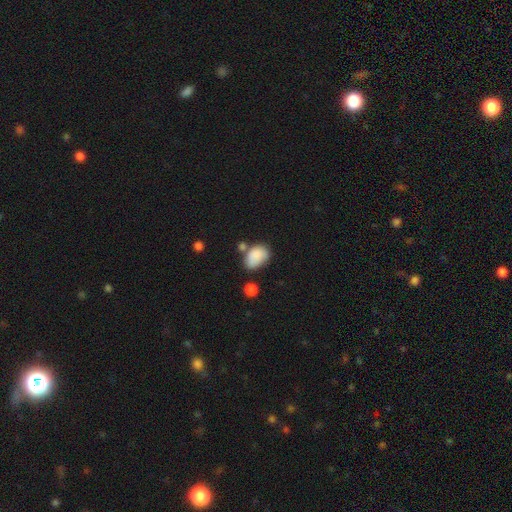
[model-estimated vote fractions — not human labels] Overall: smooth (83%). How rounded: in between (83%). Merging: none (43%; minor disturbance 28%).